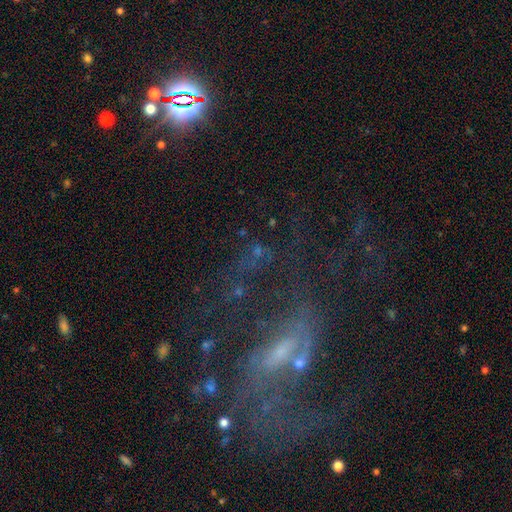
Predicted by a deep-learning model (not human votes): Morphology: type=featured or disk (44%); merging=none (52%).